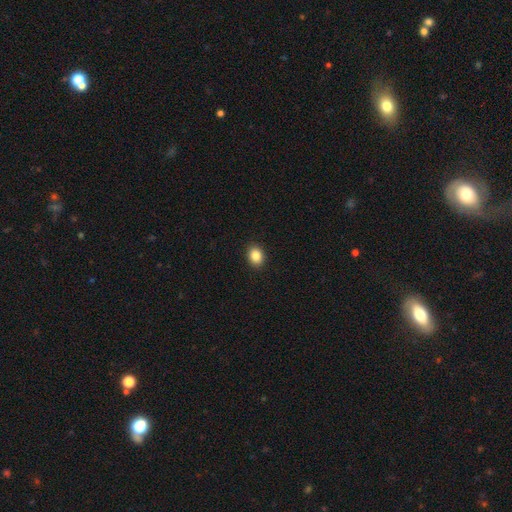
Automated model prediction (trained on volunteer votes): A smooth galaxy with no disk features (86%) that is in between round and cigar-shaped (56%).

Vote fractions:
- Smooth or featured? smooth: 86% / star or artifact: 9% / featured or disk: 5%
- How rounded? in between: 56% / round: 43% / cigar-shaped: 1%
- Merging? none: 91% / minor disturbance: 6% / major disturbance: 2% / merger: 1%